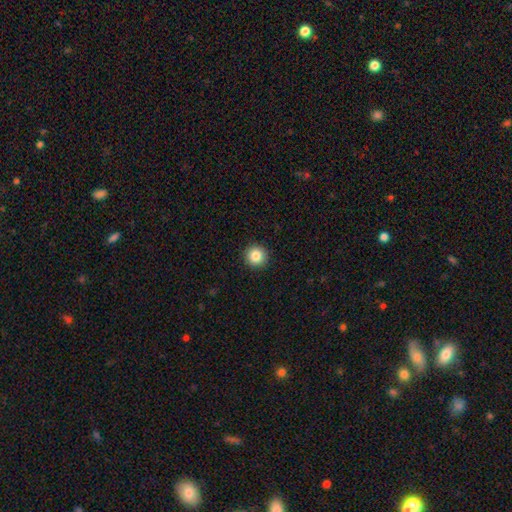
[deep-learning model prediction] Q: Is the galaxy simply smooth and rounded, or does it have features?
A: smooth — 85%.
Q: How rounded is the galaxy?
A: round — 95%.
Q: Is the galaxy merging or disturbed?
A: none — 93%.